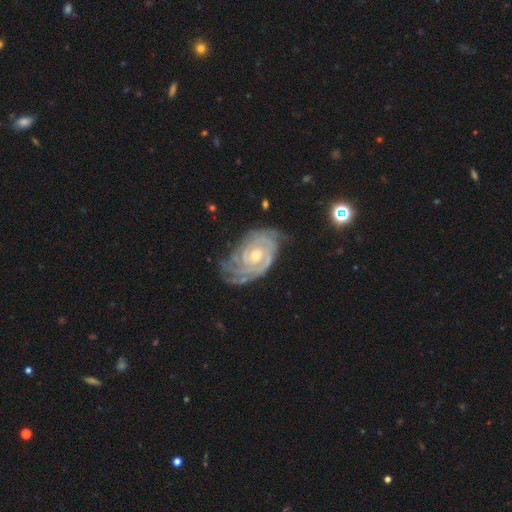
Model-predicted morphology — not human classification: A featured or disk galaxy (89%) with no bar (67%), 2 (29%) tight (80%) spiral arms (97%) and a moderate central bulge (58%). Merging: none (67%).